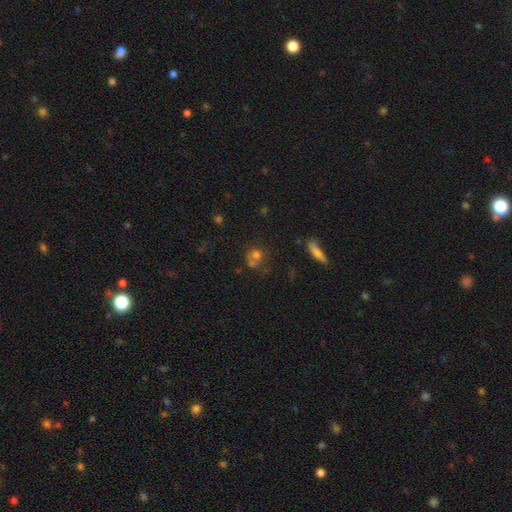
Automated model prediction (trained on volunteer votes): Smooth or featured?
  - smooth: 61% *
  - featured or disk: 21%
  - star or artifact: 18%
How rounded?
  - round: 77% *
  - in between: 21%
  - cigar-shaped: 2%
Merging?
  - none: 42% *
  - merger: 36%
  - minor disturbance: 13%
  - major disturbance: 9%